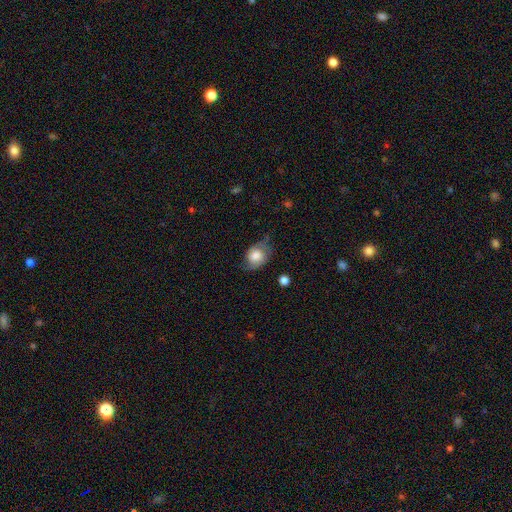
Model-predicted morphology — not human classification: The model was most divided on "merging": none: 49%, minor disturbance: 35%, major disturbance: 14%, merger: 2%. More confident: how rounded — in between (64%); smooth or featured — smooth (62%).